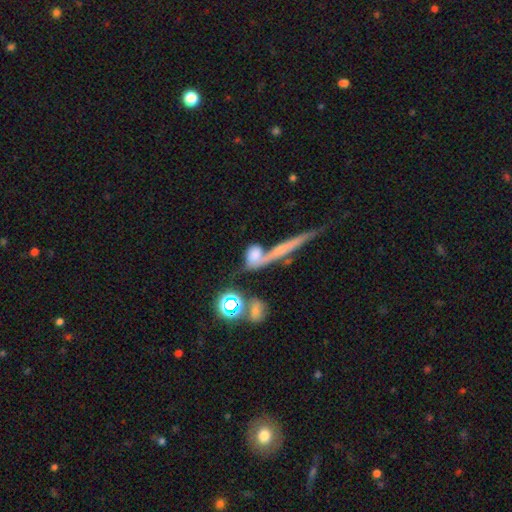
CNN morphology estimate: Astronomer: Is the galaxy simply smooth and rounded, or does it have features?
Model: smooth — 58%.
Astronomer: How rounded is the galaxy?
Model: in between — 42% (runner-up: round, 37%).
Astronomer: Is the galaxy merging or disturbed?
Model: merger — 41% (runner-up: none, 33%).